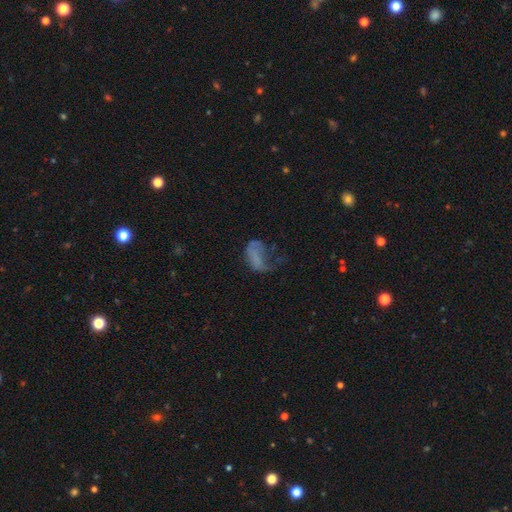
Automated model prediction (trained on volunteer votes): Smooth or featured? smooth (43%)
Merging? major disturbance (54%)